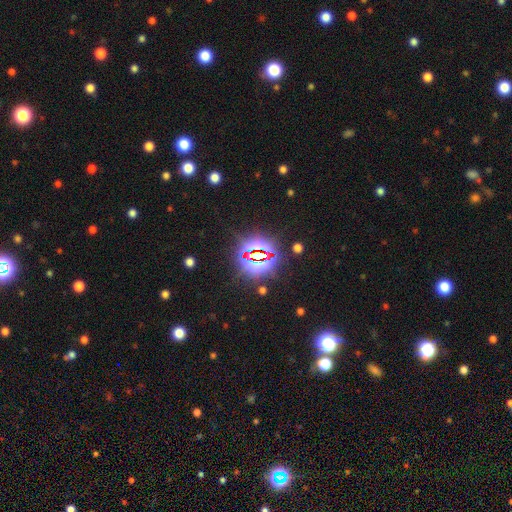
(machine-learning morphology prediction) smooth-or-featured: star or artifact: 80% | smooth: 12% | featured or disk: 8%